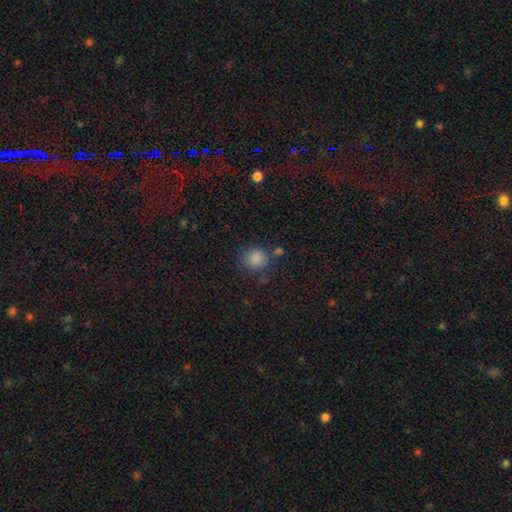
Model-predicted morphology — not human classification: This appears to be a smooth galaxy with no disk features (77%) that is round (93%). Merging: none (79%).